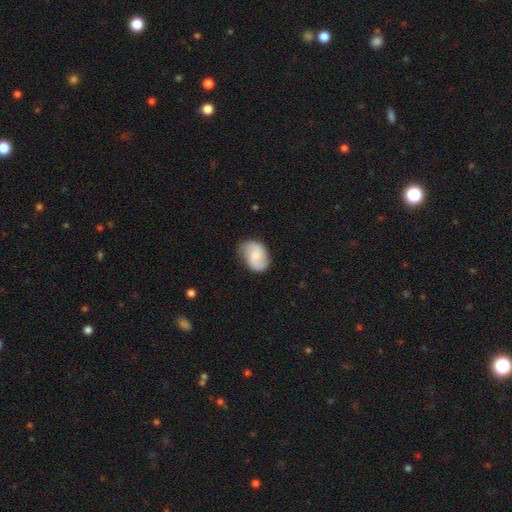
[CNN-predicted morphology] This appears to be a featured or disk galaxy (50%). Merging: none (66%).